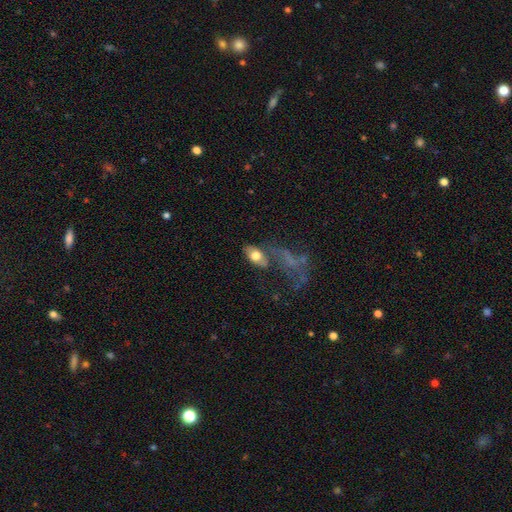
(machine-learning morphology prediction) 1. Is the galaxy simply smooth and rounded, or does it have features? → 70% smooth, 23% featured or disk, 8% star or artifact.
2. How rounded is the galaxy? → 88% in between, 7% round, 5% cigar-shaped.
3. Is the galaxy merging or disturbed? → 46% none, 19% minor disturbance, 18% major disturbance, 17% merger.